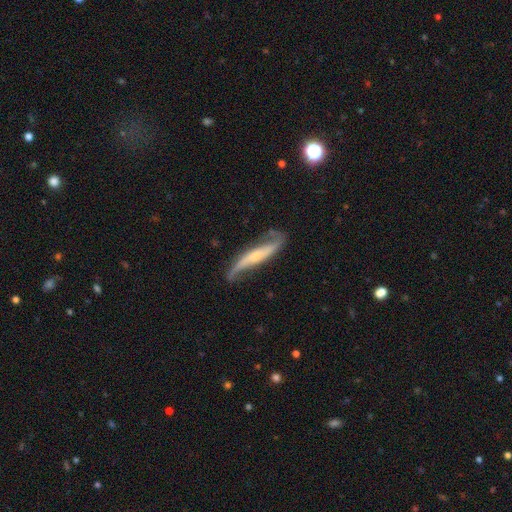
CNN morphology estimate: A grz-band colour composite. It shows a featured or disk galaxy (82%) with no bar (44%), spiral arms (93%) and a small central bulge (62%). Merging: none (65%).